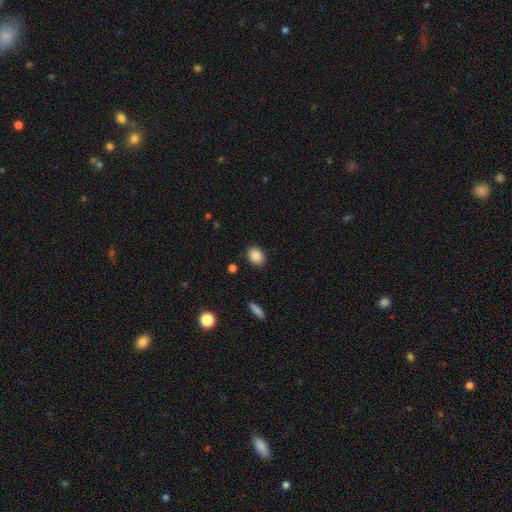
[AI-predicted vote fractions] This appears to be a smooth galaxy with no disk features (86%) that is in between round and cigar-shaped (59%). Merging: none (88%).